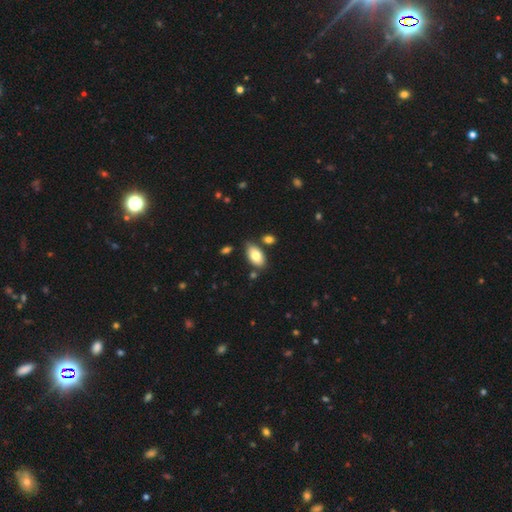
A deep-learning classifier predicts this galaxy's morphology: Smooth or featured?
  - smooth: 78% *
  - featured or disk: 15%
  - star or artifact: 7%
How rounded?
  - in between: 94% *
  - round: 4%
  - cigar-shaped: 2%
Merging?
  - none: 76% *
  - minor disturbance: 13%
  - merger: 8%
  - major disturbance: 3%